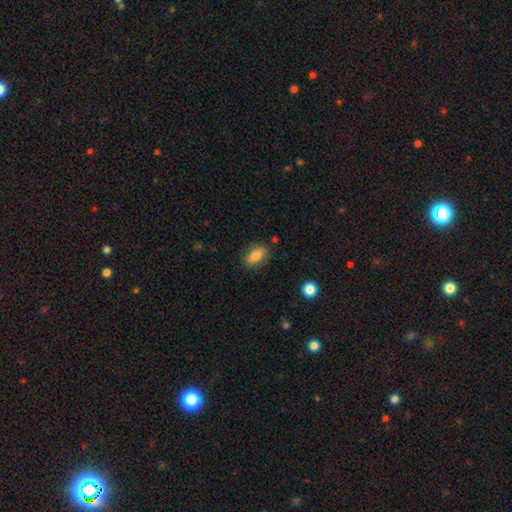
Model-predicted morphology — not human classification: Smooth or featured: smooth — 80% (featured or disk — 12%)
How rounded: in between — 85% (round — 10%)
Merging: none — 83% (minor disturbance — 12%)